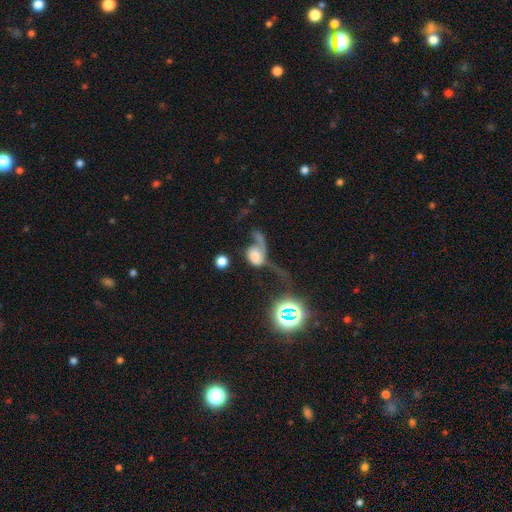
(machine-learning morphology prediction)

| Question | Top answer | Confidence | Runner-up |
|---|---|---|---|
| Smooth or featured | featured or disk | 46% | smooth (40%) |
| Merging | major disturbance | 53% | none (17%) |